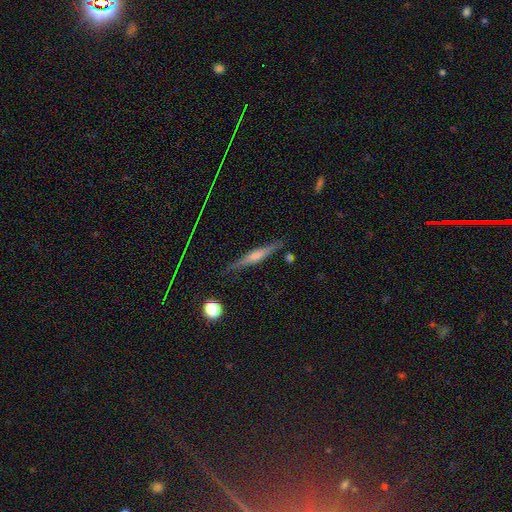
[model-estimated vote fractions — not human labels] A featured or disk galaxy (67%) viewed edge-on (97%) with a rounded central bulge (68%).

Vote fractions:
- Smooth or featured? featured or disk: 67% / smooth: 24% / star or artifact: 9%
- Edge-on disk? yes: 97% / no: 3%
- Edge-on bulge? rounded: 68% / boxy: 19% / none: 13%
- Merging? none: 87% / minor disturbance: 9% / major disturbance: 2% / merger: 2%